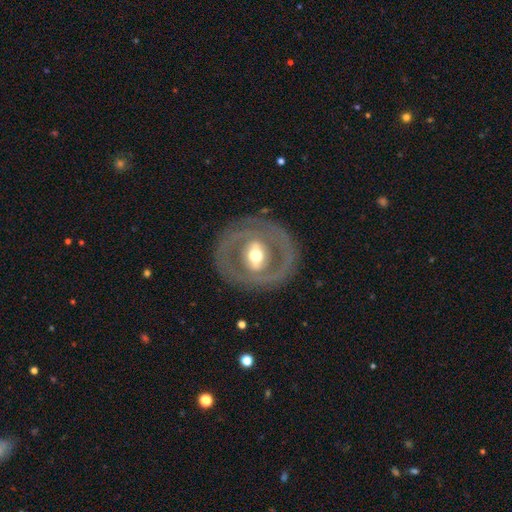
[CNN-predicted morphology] smooth-or-featured: featured or disk: 74% | smooth: 21% | star or artifact: 5%
  disk-edge-on: no: 92% | yes: 8%
    bar: strong: 43% | weak: 31% | no: 26%
    has-spiral-arms: no: 67% | yes: 33%
    bulge-size: moderate: 66% | large: 16% | small: 15% | dominant: 2% | none: 1%
  merging: none: 81% | minor disturbance: 10% | major disturbance: 7% | merger: 1%